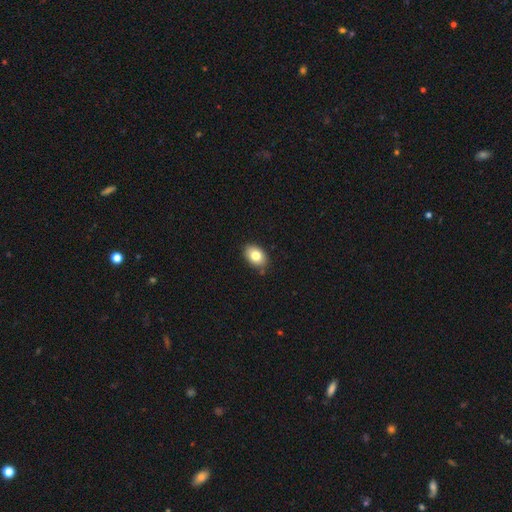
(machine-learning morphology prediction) This is likely a smooth galaxy (80%). How rounded: clearly in between (83%). Merging: clearly none (85%).